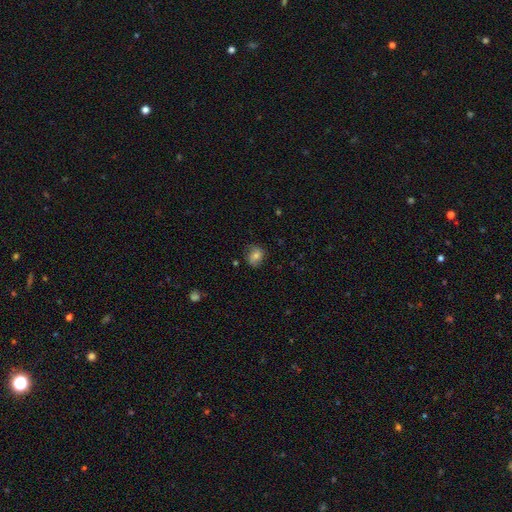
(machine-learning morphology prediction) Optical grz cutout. It shows a smooth galaxy with no disk features (69%) that is round (57%). Merging: none (71%).